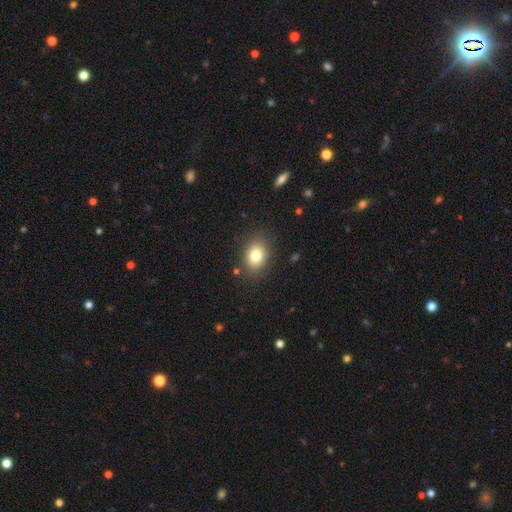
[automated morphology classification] Smooth or featured?
  - smooth: 81% *
  - star or artifact: 10%
  - featured or disk: 9%
How rounded?
  - in between: 66% *
  - round: 33%
  - cigar-shaped: 1%
Merging?
  - none: 83% *
  - minor disturbance: 11%
  - major disturbance: 4%
  - merger: 2%